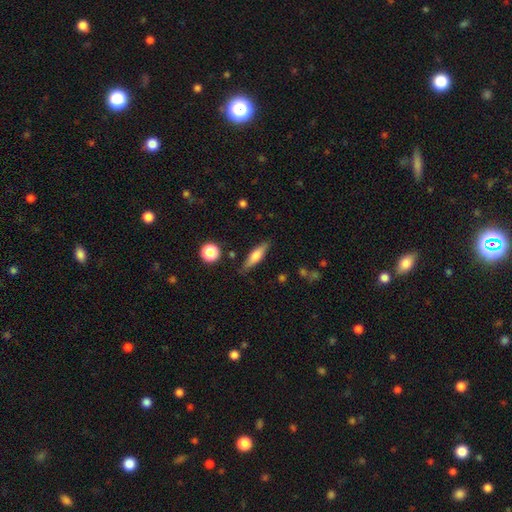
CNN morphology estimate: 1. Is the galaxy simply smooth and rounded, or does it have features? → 64% smooth, 28% featured or disk, 7% star or artifact.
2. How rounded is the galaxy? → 63% cigar-shaped, 34% in between, 3% round.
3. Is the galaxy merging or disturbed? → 82% none, 13% minor disturbance, 3% major disturbance, 2% merger.